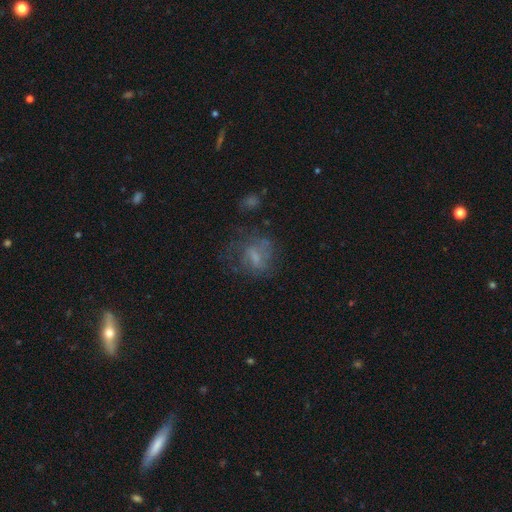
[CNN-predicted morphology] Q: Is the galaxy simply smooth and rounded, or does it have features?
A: featured or disk — 44%.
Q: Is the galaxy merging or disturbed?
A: none — 47%.